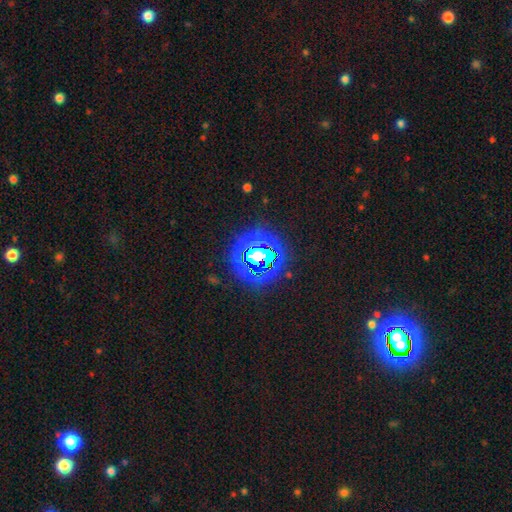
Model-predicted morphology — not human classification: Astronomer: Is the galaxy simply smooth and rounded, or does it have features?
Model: star or artifact — 69%.